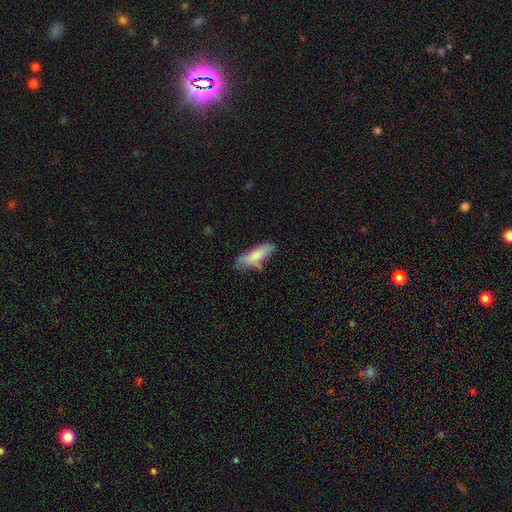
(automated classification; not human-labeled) This is likely a smooth galaxy (74%). How rounded: possibly in between (51%). Merging: possibly none (51%).